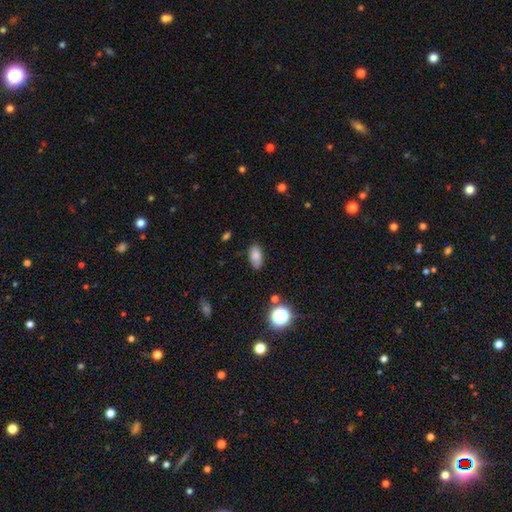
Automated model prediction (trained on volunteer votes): Q: Smooth or featured?
A: smooth (82%); runner-up: star or artifact (10%)
Q: How rounded?
A: in between (91%); runner-up: round (5%)
Q: Merging?
A: none (83%); runner-up: minor disturbance (13%)